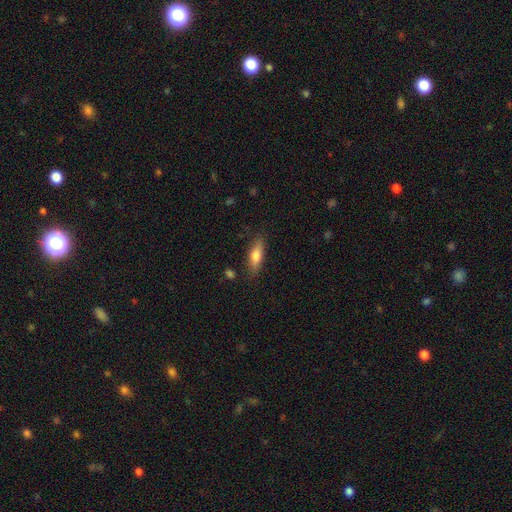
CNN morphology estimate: smooth_or_featured: smooth (p=0.67) [alt: featured or disk p=0.26]
how_rounded: cigar-shaped (p=0.49) [alt: in between p=0.48]
merging: none (p=0.82) [alt: minor disturbance p=0.13]